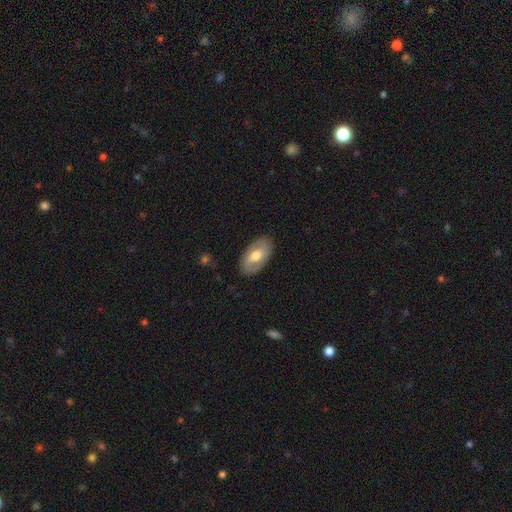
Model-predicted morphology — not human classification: This appears to be a featured or disk galaxy (56%) with a weak bar (40%), no spiral arms (50%, tied with yes) and a moderate central bulge (70%). Merging: none (83%).